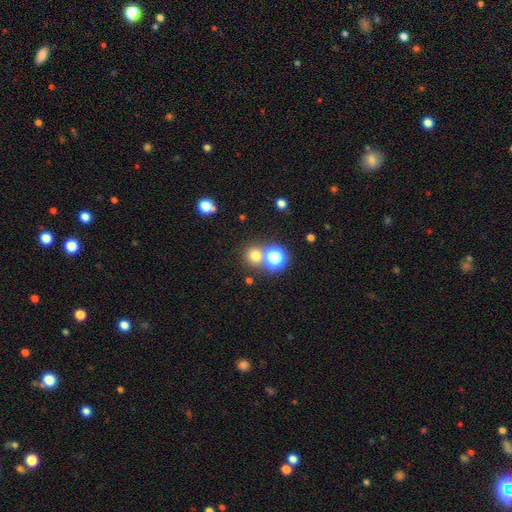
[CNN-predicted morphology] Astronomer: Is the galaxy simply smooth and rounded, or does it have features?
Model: smooth — 70%.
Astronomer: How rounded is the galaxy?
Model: round — 90%.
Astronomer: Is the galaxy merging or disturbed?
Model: none — 70%.